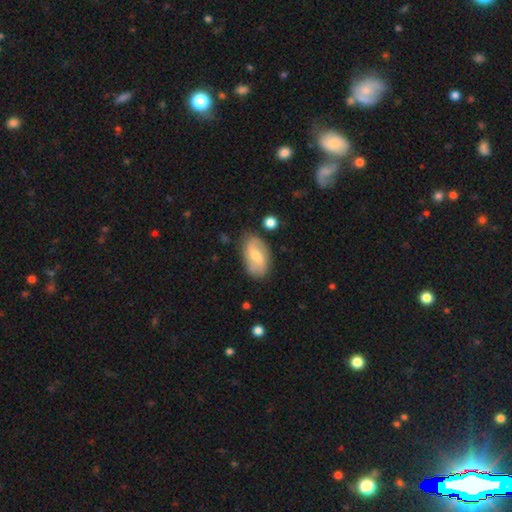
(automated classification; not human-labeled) smooth-or-featured: featured or disk: 55% | smooth: 38% | star or artifact: 7%
  disk-edge-on: no: 94% | yes: 6%
    bar: weak: 48% | no: 31% | strong: 21%
    has-spiral-arms: yes: 81% | no: 19%
    bulge-size: moderate: 50% | small: 43% | none: 3% | large: 3% | dominant: 1%
  merging: none: 79% | minor disturbance: 15% | major disturbance: 4% | merger: 2%